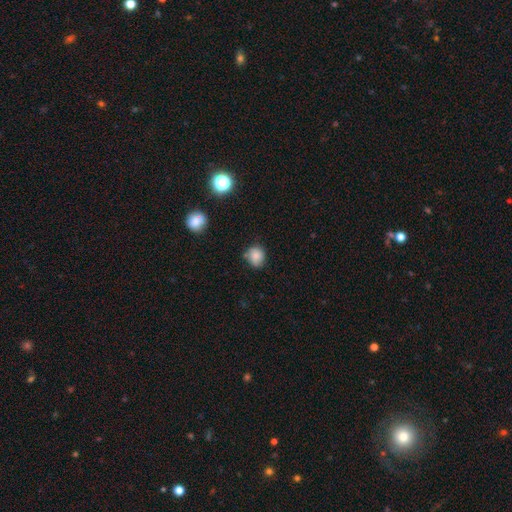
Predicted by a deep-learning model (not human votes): This is clearly a smooth galaxy (82%). How rounded: likely round (76%). Merging: likely none (68%).